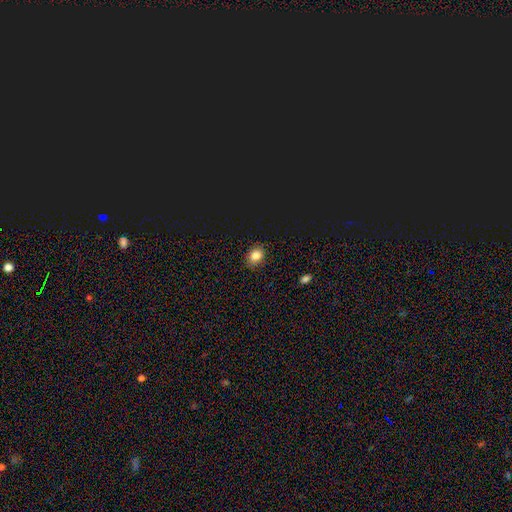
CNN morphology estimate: Smooth or featured: smooth — 81% (star or artifact — 13%)
How rounded: round — 50% (in between — 49%)
Merging: none — 86% (minor disturbance — 10%)